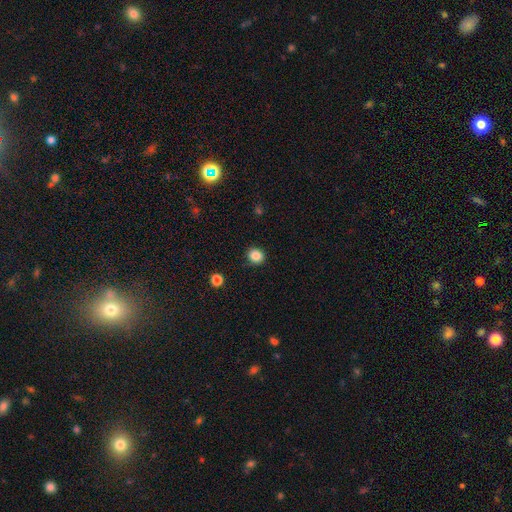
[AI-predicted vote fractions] Morphology: type=smooth (86%); roundness=round (80%); merging=none (89%).